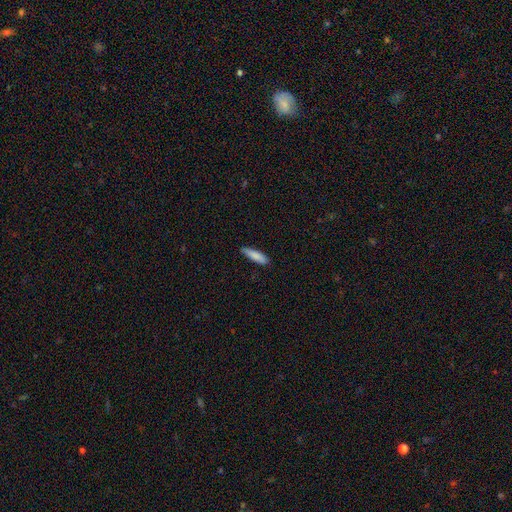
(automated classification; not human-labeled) smooth 85%, featured or disk 9%, star or artifact 6%. Down the decision tree: how rounded — cigar-shaped (74%); merging — none (83%).